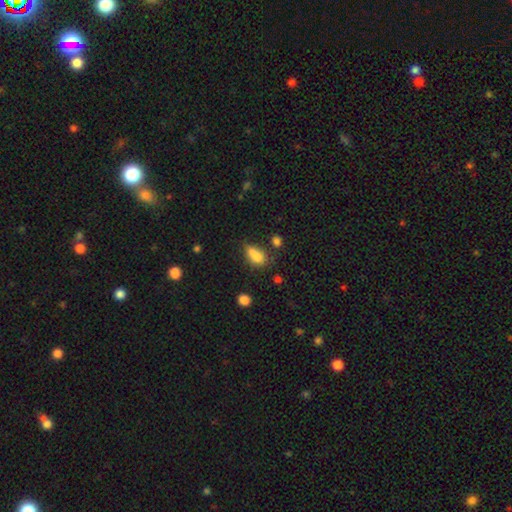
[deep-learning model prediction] Smooth or featured? Predicted: smooth (p=0.74). How rounded? Predicted: in between (p=0.72). Merging? Predicted: merger (p=0.43).